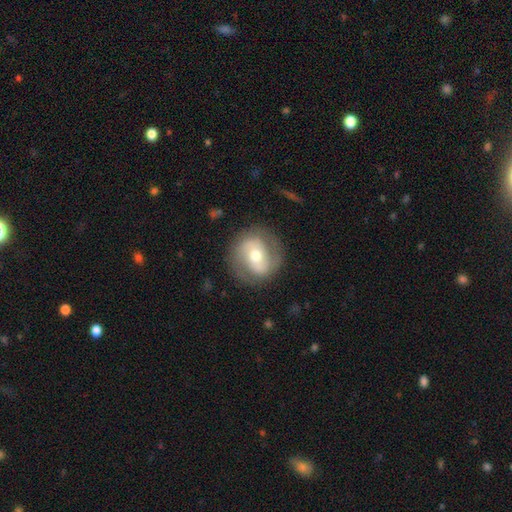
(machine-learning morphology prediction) This appears to be a featured or disk galaxy (65%) with no bar (43%), spiral arms (76%) and a moderate central bulge (69%). Merging: none (78%).